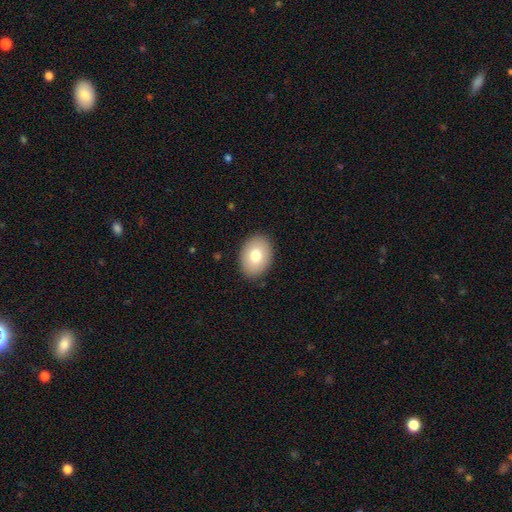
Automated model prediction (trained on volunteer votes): Overall: smooth (77%). How rounded: in between (75%). Merging: none (88%).